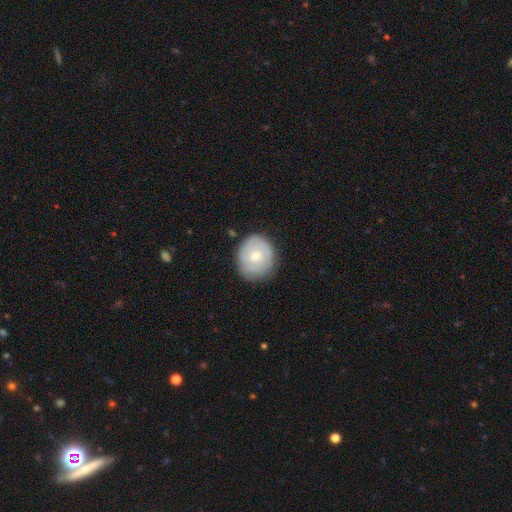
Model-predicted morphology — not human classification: type=featured or disk (63%); edge-on=no (98%); bar=no (71%); spiral arms=yes (83%); winding=tight (71%); arm count=can't tell (39%); bulge=small (51%); merging=none (82%).